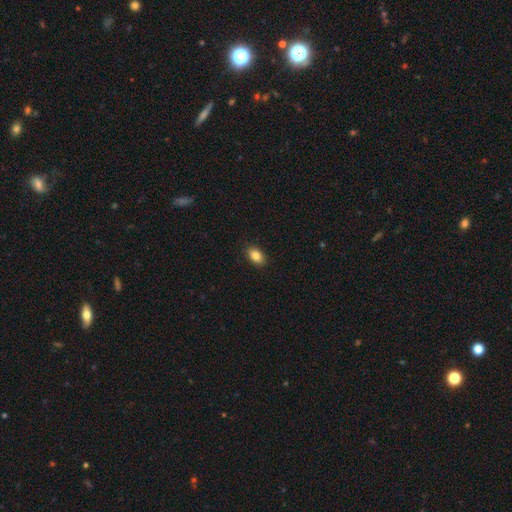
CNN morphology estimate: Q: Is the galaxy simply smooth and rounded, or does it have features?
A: smooth — 86%.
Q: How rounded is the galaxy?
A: in between — 89%.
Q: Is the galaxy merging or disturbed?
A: none — 89%.